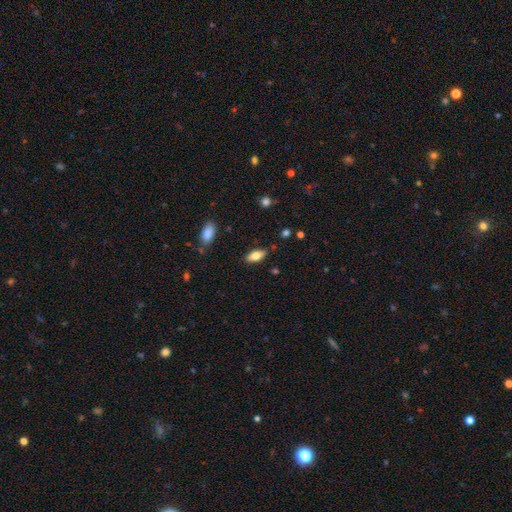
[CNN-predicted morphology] smooth-or-featured: smooth: 69% | featured or disk: 24% | star or artifact: 7%
  how-rounded: in between: 80% | cigar-shaped: 17% | round: 3%
  merging: none: 83% | minor disturbance: 13% | major disturbance: 3% | merger: 2%